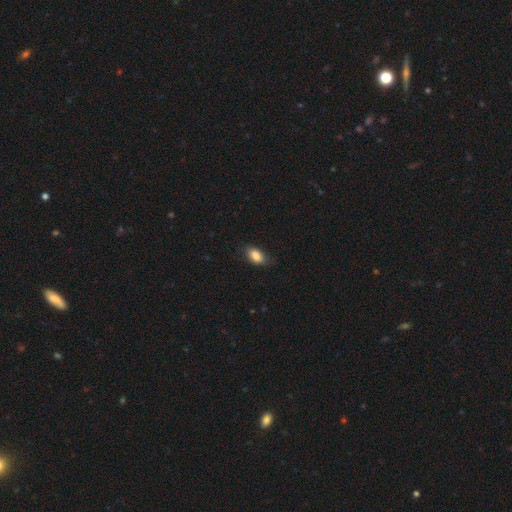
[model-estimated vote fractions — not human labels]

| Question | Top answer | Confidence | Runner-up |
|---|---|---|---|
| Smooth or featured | smooth | 86% | star or artifact (8%) |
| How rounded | in between | 90% | round (7%) |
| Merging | none | 73% | minor disturbance (21%) |